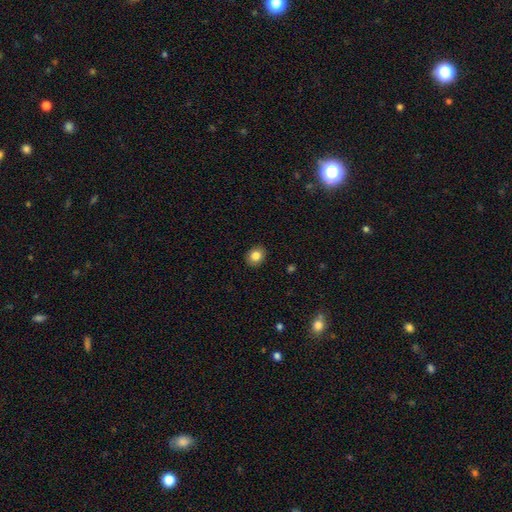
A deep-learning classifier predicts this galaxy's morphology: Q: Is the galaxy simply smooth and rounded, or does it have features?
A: smooth — 83%.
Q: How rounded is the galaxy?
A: round — 60%.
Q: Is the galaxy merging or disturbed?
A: none — 90%.